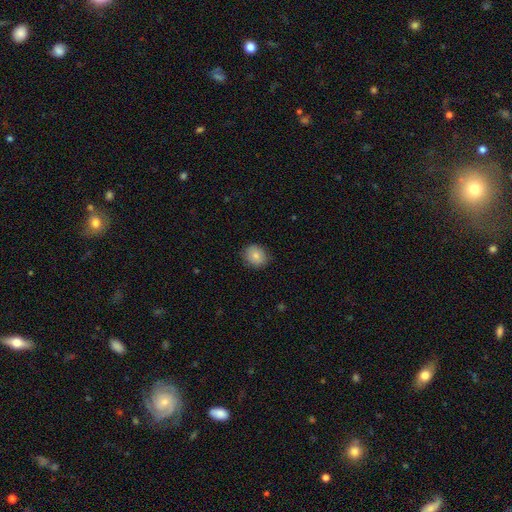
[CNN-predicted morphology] smooth-or-featured: smooth: 82% | featured or disk: 9% | star or artifact: 9%
  how-rounded: round: 74% | in between: 25% | cigar-shaped: 1%
  merging: none: 85% | minor disturbance: 11% | major disturbance: 3% | merger: 1%